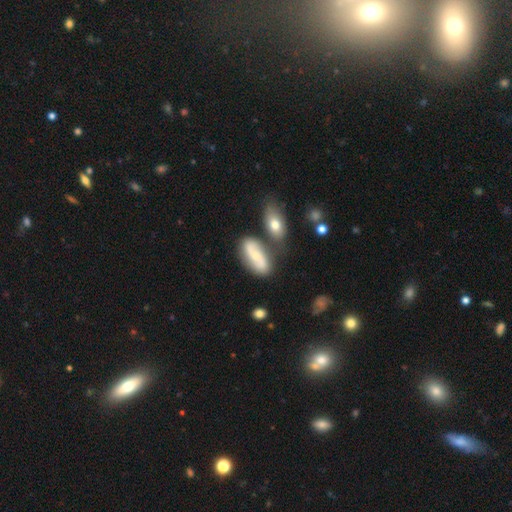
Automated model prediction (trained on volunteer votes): Q: Smooth or featured?
A: featured or disk (60%); runner-up: smooth (33%)
Q: Edge-on disk?
A: no (90%); runner-up: yes (10%)
Q: Bar?
A: no (52%); runner-up: weak (32%)
Q: Spiral arms?
A: yes (81%); runner-up: no (19%)
Q: Bulge size?
A: small (56%); runner-up: moderate (38%)
Q: Merging?
A: none (63%); runner-up: merger (19%)